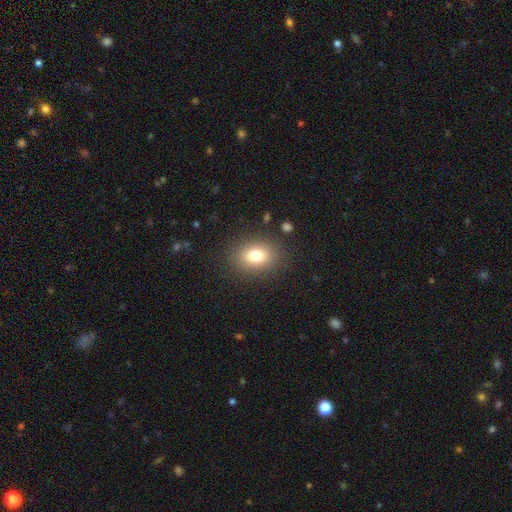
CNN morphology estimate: This appears to be a smooth galaxy with no disk features (78%) that is in between round and cigar-shaped (63%). Merging: none (86%).